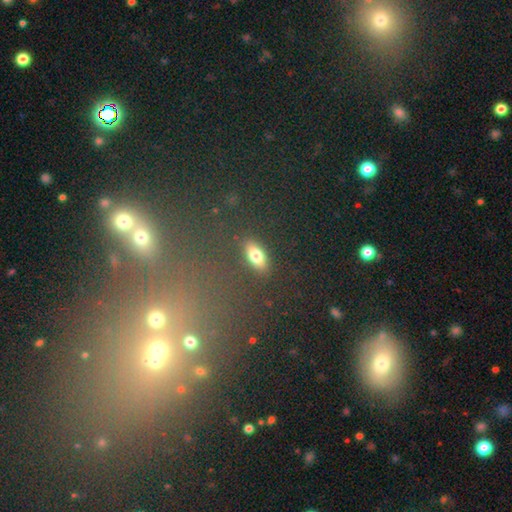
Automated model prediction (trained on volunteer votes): Q: Smooth or featured?
A: smooth (75%); runner-up: featured or disk (13%)
Q: How rounded?
A: in between (80%); runner-up: cigar-shaped (13%)
Q: Merging?
A: none (85%); runner-up: minor disturbance (10%)